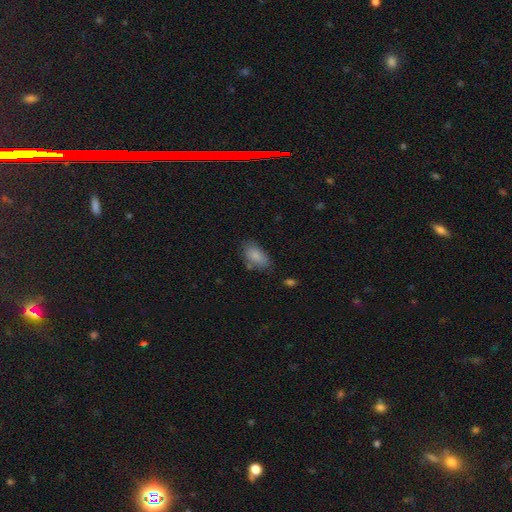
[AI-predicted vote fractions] smooth 84%, featured or disk 8%, star or artifact 8%. Down the decision tree: how rounded — in between (92%); merging — none (65%).